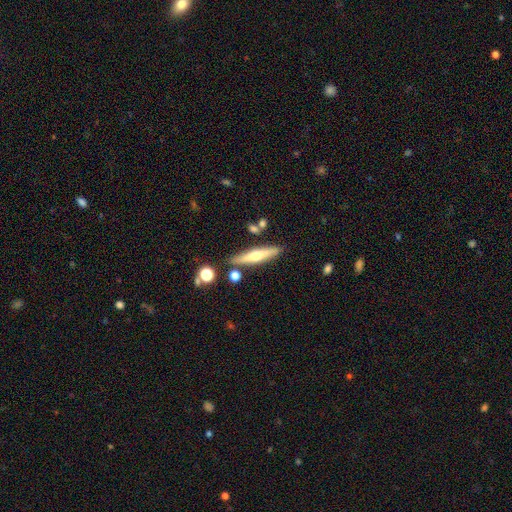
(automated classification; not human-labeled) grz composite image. It shows a featured or disk galaxy (51%) viewed edge-on (93%). Merging: none (81%).